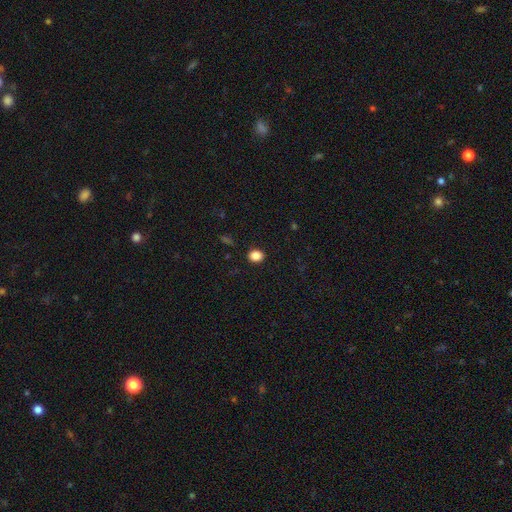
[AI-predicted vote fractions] This appears to be a smooth galaxy with no disk features (86%) that is round (53%). Merging: none (90%).